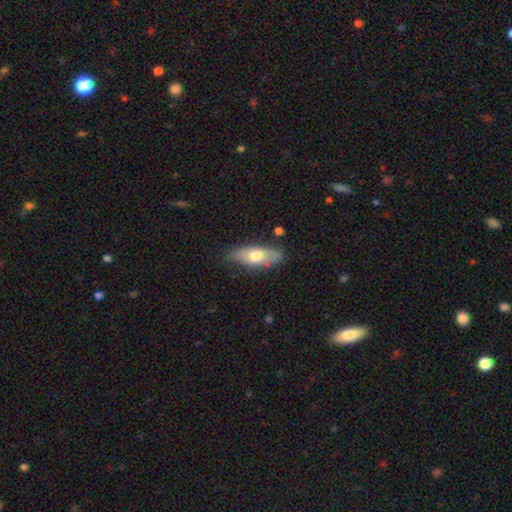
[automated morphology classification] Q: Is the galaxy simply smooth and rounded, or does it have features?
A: smooth — 63%.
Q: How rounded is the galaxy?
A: in between — 74%.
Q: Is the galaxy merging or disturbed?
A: none — 74%.